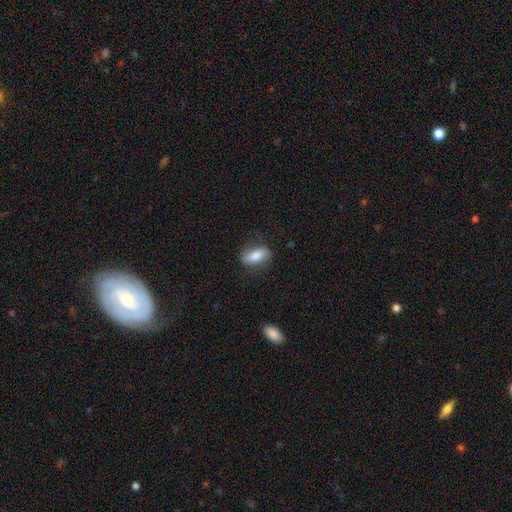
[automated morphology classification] Q: Smooth or featured?
A: smooth (75%); runner-up: featured or disk (18%)
Q: How rounded?
A: in between (84%); runner-up: cigar-shaped (11%)
Q: Merging?
A: none (75%); runner-up: minor disturbance (18%)